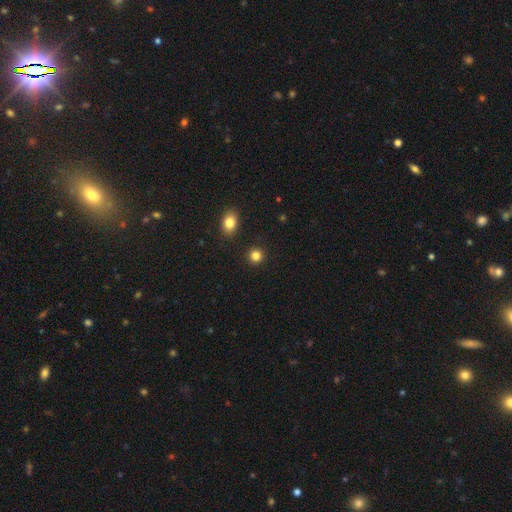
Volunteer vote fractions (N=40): smooth 85%, star or artifact 10%, featured or disk 5%. Down the decision tree: how rounded — round (94%); merging — none (94%).